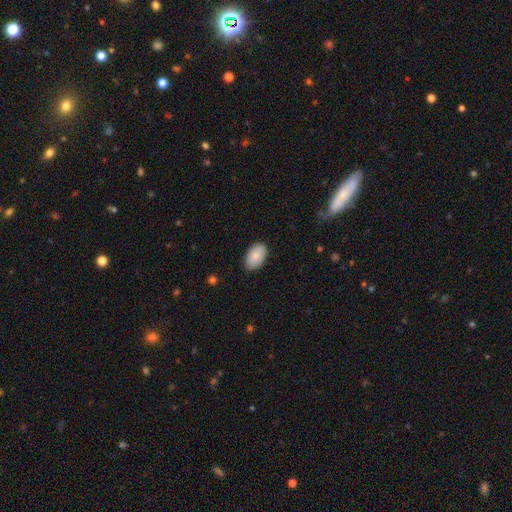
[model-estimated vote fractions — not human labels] smooth_or_featured: smooth (p=0.87) [alt: featured or disk p=0.07]
how_rounded: in between (p=0.94) [alt: round p=0.05]
merging: none (p=0.87) [alt: minor disturbance p=0.10]